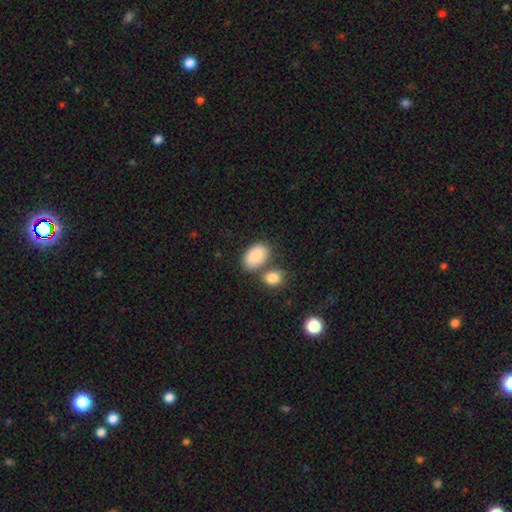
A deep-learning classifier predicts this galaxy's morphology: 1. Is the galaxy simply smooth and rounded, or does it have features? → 85% smooth, 8% featured or disk, 7% star or artifact.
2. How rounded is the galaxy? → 89% in between, 9% round, 1% cigar-shaped.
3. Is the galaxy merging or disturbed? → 58% none, 26% merger, 13% minor disturbance, 4% major disturbance.